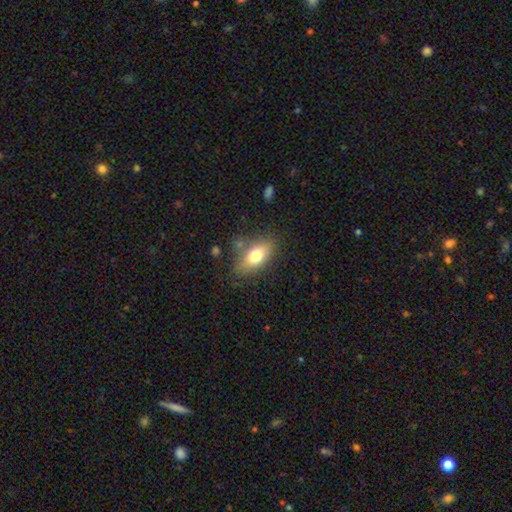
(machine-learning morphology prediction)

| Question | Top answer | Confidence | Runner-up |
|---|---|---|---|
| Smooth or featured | smooth | 74% | featured or disk (18%) |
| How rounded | in between | 86% | cigar-shaped (8%) |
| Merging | none | 76% | minor disturbance (15%) |